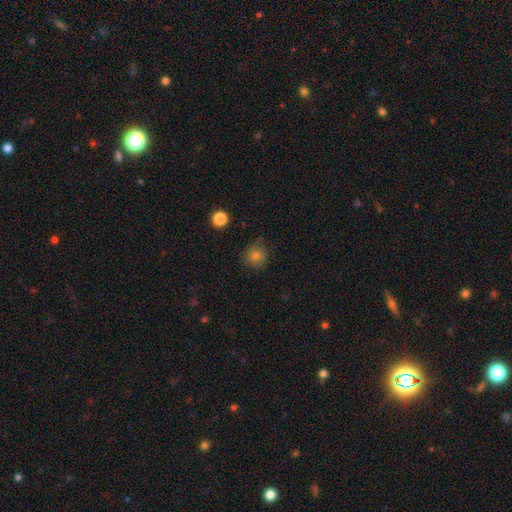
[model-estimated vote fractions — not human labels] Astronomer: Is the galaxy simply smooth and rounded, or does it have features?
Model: smooth — 79%.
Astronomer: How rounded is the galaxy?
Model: round — 90%.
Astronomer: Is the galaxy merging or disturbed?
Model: none — 80%.